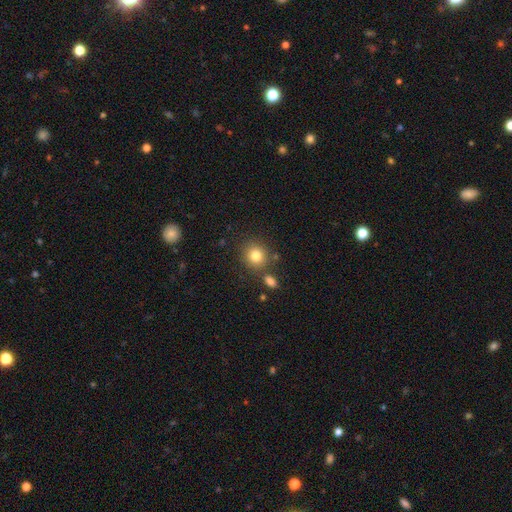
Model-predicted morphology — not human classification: Q: Smooth or featured?
A: smooth (82%); runner-up: star or artifact (11%)
Q: How rounded?
A: round (86%); runner-up: in between (13%)
Q: Merging?
A: none (78%); runner-up: minor disturbance (9%)